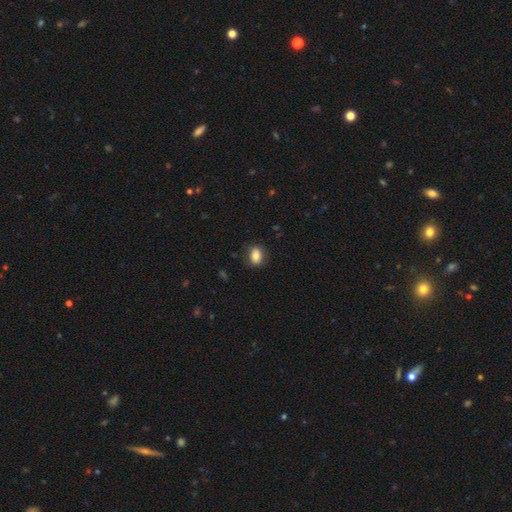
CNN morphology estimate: Smooth or featured: smooth — 82% (featured or disk — 10%)
How rounded: in between — 65% (round — 34%)
Merging: none — 83% (minor disturbance — 12%)